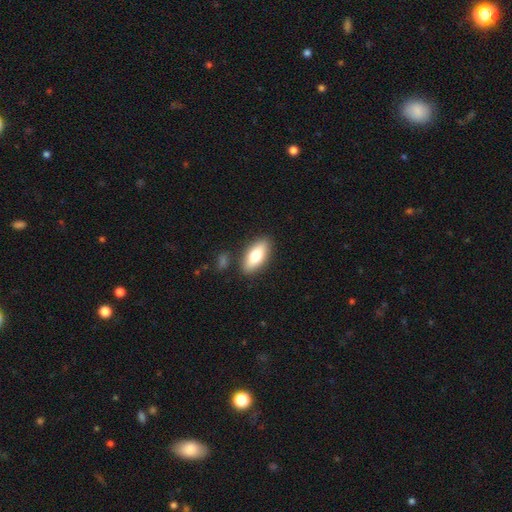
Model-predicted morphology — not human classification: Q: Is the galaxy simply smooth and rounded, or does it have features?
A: smooth — 73%.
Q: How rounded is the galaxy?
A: in between — 82%.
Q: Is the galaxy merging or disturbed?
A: none — 85%.